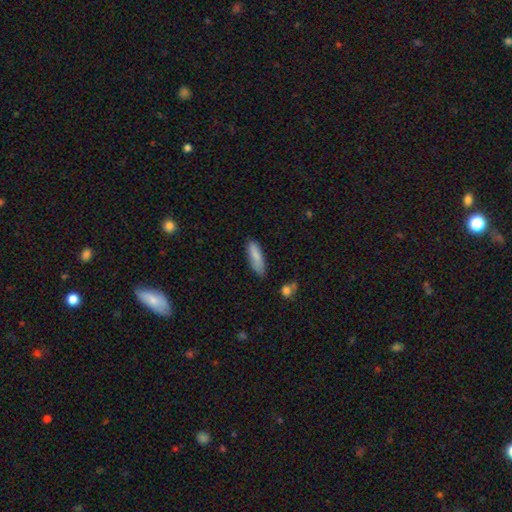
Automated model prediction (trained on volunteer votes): Overall: smooth (83%). How rounded: cigar-shaped (54%; in between 45%). Merging: none (72%).